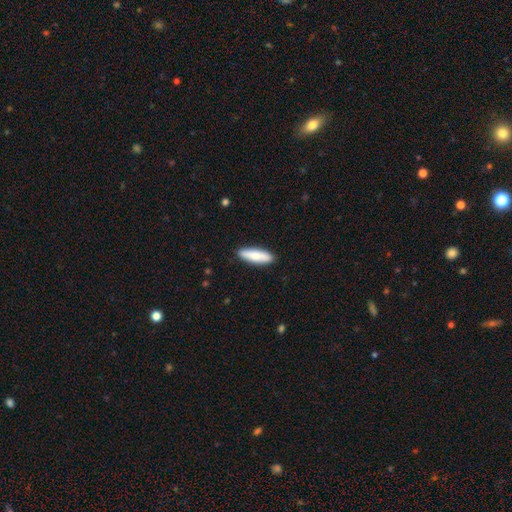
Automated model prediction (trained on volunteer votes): Q: Smooth or featured?
A: smooth (78%); runner-up: featured or disk (17%)
Q: How rounded?
A: cigar-shaped (61%); runner-up: in between (37%)
Q: Merging?
A: none (89%); runner-up: minor disturbance (8%)